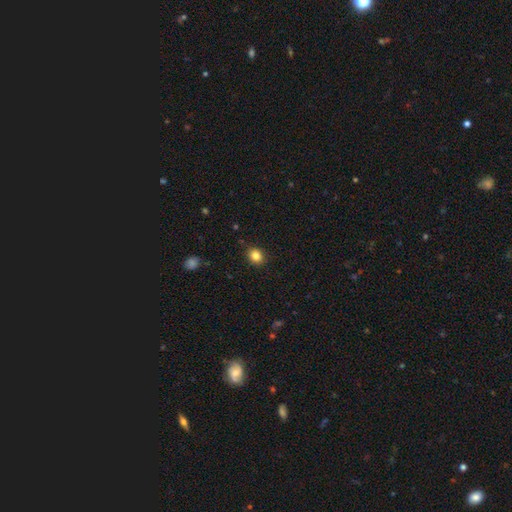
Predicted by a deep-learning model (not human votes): This is clearly a smooth galaxy (85%). How rounded: possibly round (60%). Merging: clearly none (88%).